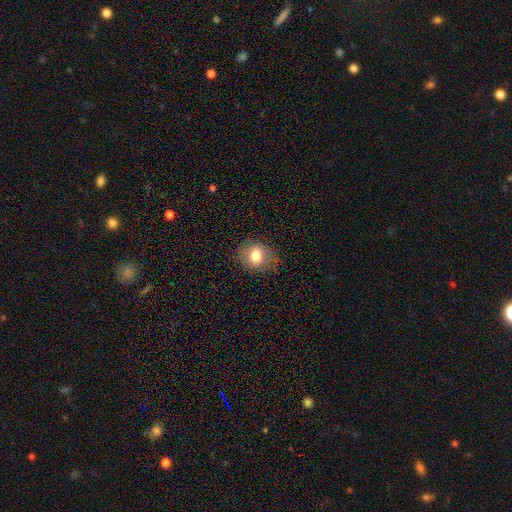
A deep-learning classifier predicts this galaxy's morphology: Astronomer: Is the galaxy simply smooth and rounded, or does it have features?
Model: smooth — 77%.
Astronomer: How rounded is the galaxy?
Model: round — 58% (runner-up: in between, 41%).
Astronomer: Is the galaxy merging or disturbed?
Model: none — 81%.